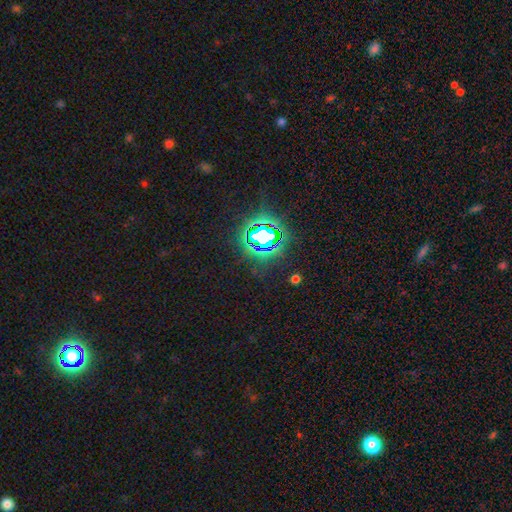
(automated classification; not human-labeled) A star or artifact, not a galaxy (82%).